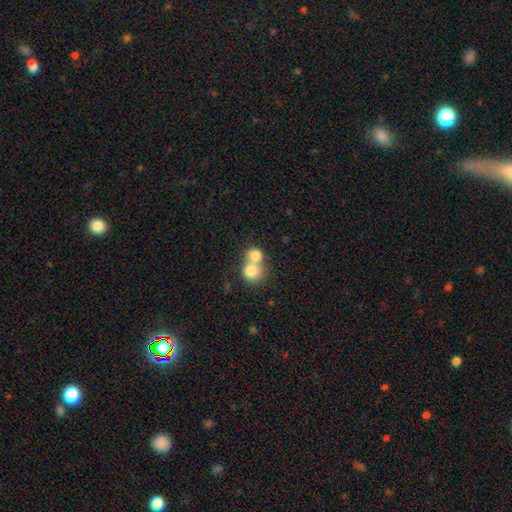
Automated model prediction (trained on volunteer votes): Smooth or featured: smooth — 77% (featured or disk — 14%)
How rounded: round — 74% (in between — 25%)
Merging: merger — 69% (none — 24%)